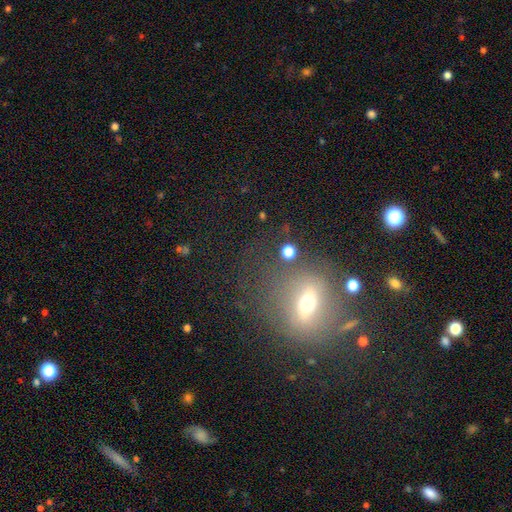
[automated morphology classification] This appears to be a smooth galaxy with no disk features (41%). Merging: none (74%).